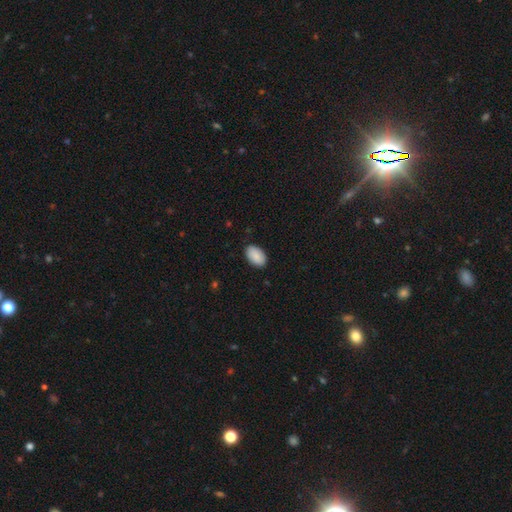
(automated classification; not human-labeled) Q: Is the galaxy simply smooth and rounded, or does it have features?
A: smooth — 89%.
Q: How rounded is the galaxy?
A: in between — 93%.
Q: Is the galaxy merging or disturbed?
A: none — 87%.